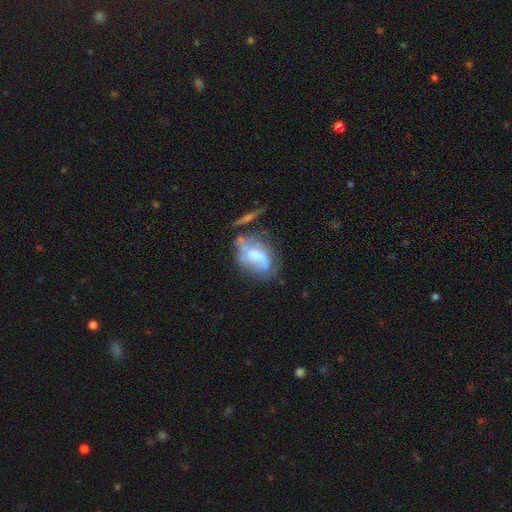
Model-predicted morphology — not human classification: Smooth or featured? Predicted: featured or disk (p=0.48). Merging? Predicted: none (p=0.32).